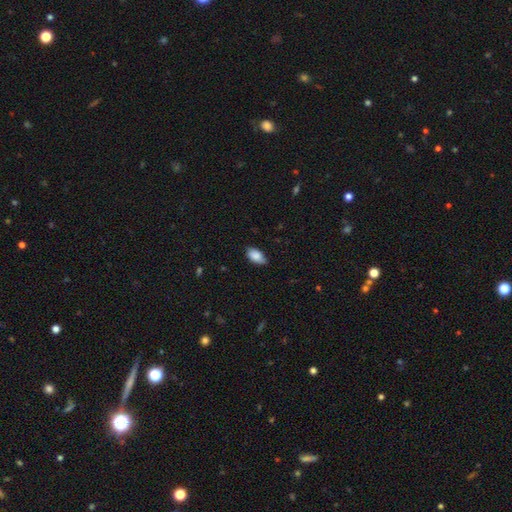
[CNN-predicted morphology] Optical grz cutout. It shows a smooth galaxy with no disk features (84%) that is in between round and cigar-shaped (93%). Merging: none (76%).